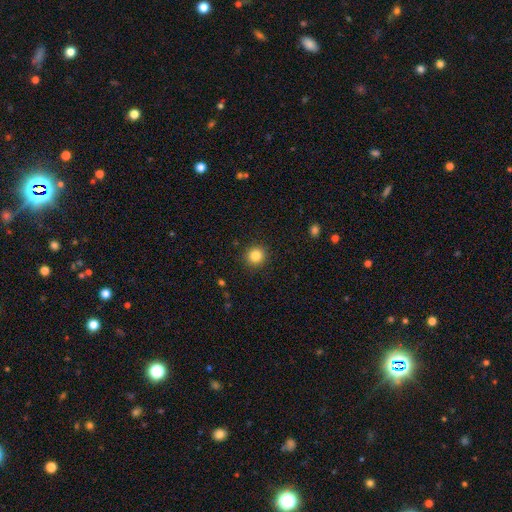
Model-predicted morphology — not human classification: smooth_or_featured: smooth (p=0.83) [alt: star or artifact p=0.12]
how_rounded: round (p=0.92) [alt: in between p=0.07]
merging: none (p=0.91) [alt: minor disturbance p=0.06]